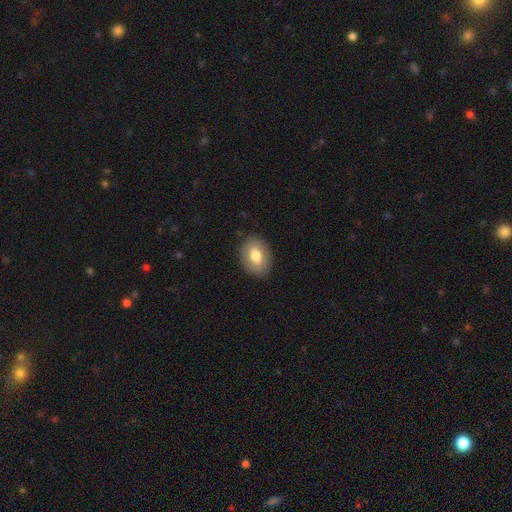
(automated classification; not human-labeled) smooth 70%, featured or disk 23%, star or artifact 7%. Down the decision tree: how rounded — in between (74%); merging — none (86%).